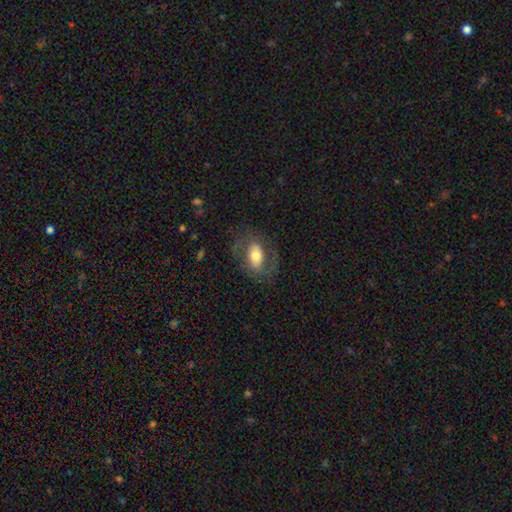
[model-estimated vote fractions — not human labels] A smooth galaxy with no disk features (48%).

Vote fractions:
- Smooth or featured? smooth: 48% / featured or disk: 44% / star or artifact: 7%
- Merging? none: 69% / minor disturbance: 16% / major disturbance: 13% / merger: 1%